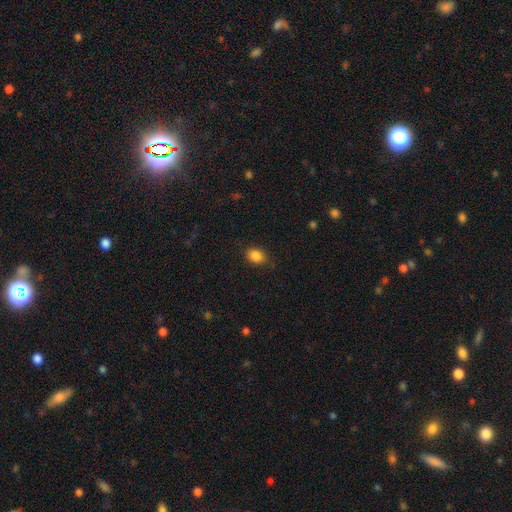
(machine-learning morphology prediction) Q: Smooth or featured?
A: smooth (86%); runner-up: star or artifact (10%)
Q: How rounded?
A: in between (55%); runner-up: round (43%)
Q: Merging?
A: none (82%); runner-up: minor disturbance (13%)